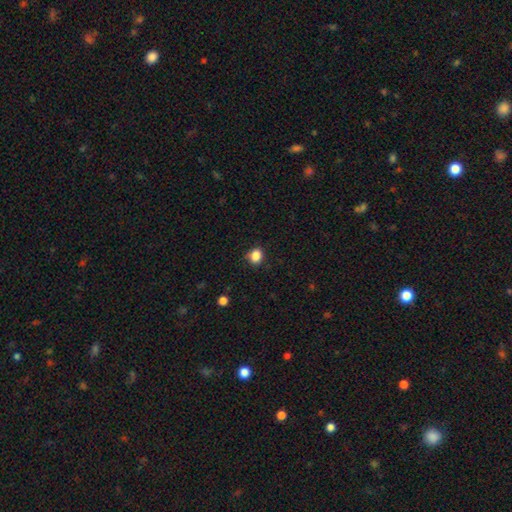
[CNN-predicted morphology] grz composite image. It shows a smooth galaxy with no disk features (86%) that is round (67%). Merging: none (84%).